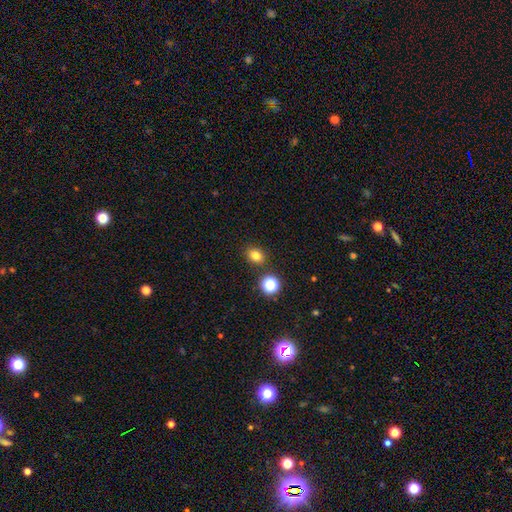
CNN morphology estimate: Overall: smooth (79%). How rounded: round (53%; in between 46%). Merging: none (84%).